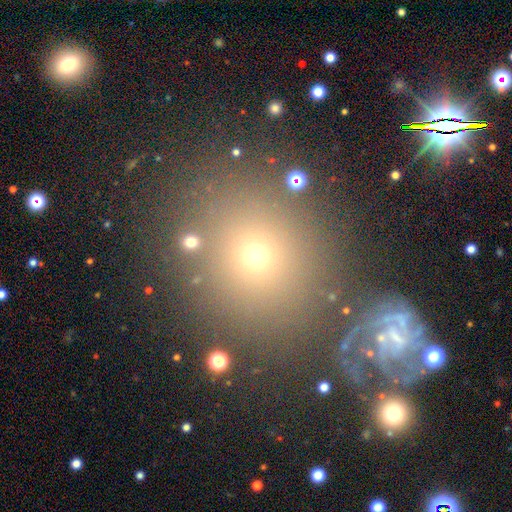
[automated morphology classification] Smooth or featured: smooth — 59% (star or artifact — 25%)
How rounded: round — 80% (in between — 18%)
Merging: none — 78% (minor disturbance — 9%)